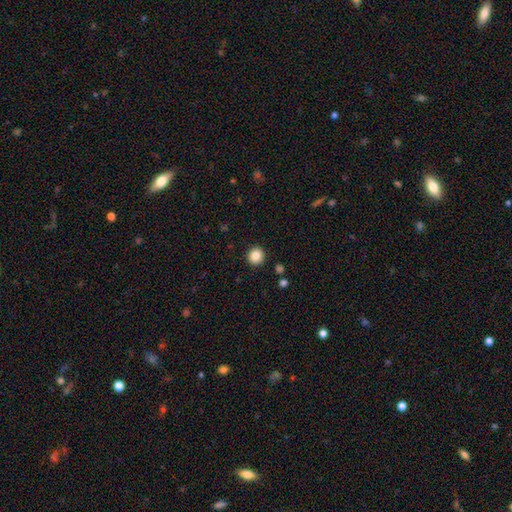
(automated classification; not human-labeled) Smooth or featured? smooth (86%)
How rounded? round (93%)
Merging? none (92%)